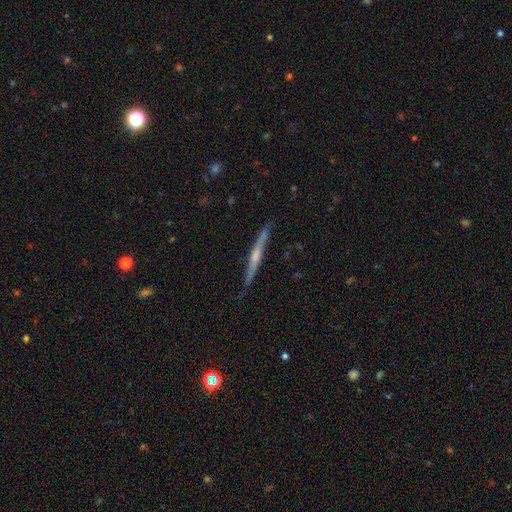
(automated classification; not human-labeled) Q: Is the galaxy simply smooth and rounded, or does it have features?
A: featured or disk — 74%.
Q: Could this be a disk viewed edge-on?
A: yes — 97%.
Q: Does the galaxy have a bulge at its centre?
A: rounded — 70%.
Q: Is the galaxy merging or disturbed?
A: none — 84%.